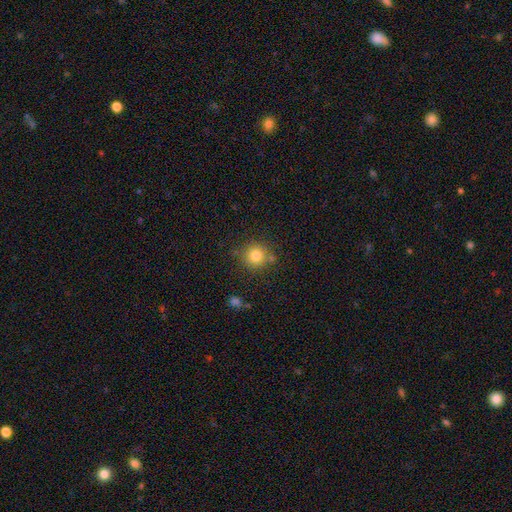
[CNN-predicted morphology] A smooth galaxy with no disk features (81%) that is round (92%). Merging: none (79%).